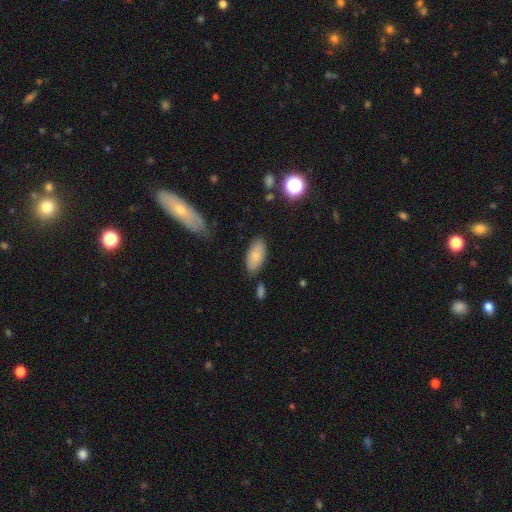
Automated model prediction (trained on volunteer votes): Smooth or featured? Predicted: smooth (p=0.78). How rounded? Predicted: in between (p=0.93). Merging? Predicted: none (p=0.75).